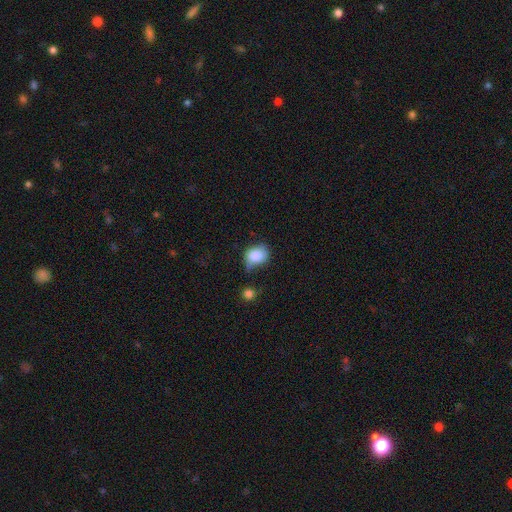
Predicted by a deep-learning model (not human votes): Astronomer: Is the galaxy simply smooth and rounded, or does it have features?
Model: smooth — 84%.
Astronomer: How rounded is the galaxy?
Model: in between — 50% (runner-up: round, 49%).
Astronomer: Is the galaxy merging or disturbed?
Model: none — 45% (runner-up: minor disturbance, 35%).